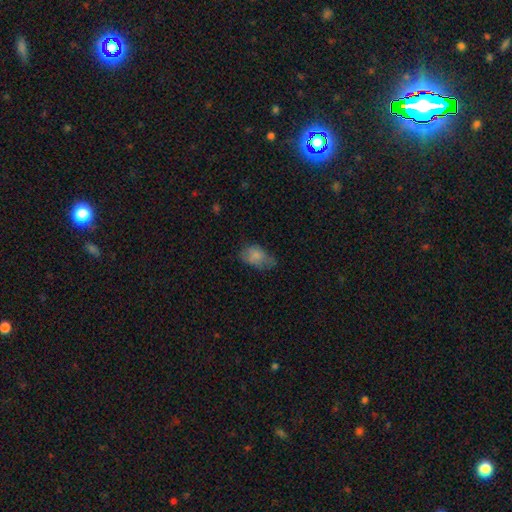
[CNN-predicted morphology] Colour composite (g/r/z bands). It shows a smooth galaxy with no disk features (78%) that is in between round and cigar-shaped (86%). Merging: none (42%).